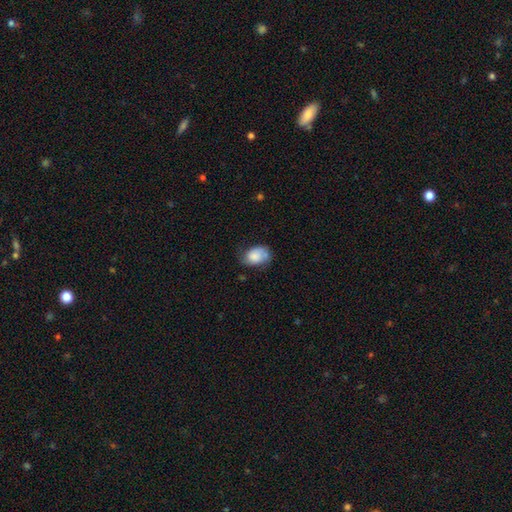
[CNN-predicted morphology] Overall: smooth (76%). How rounded: in between (78%). Merging: none (52%; minor disturbance 33%).